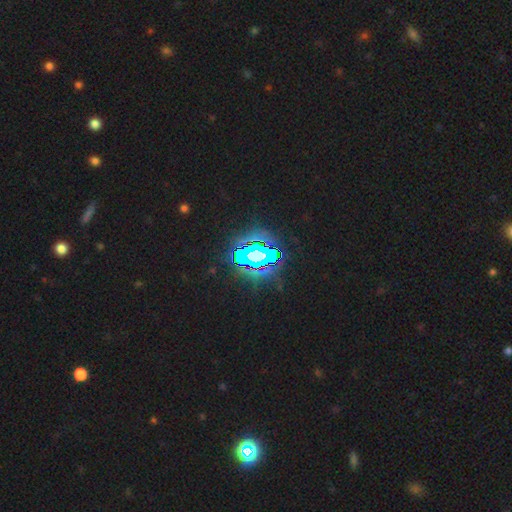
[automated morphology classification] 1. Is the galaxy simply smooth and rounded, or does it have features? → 72% star or artifact, 15% featured or disk, 13% smooth.